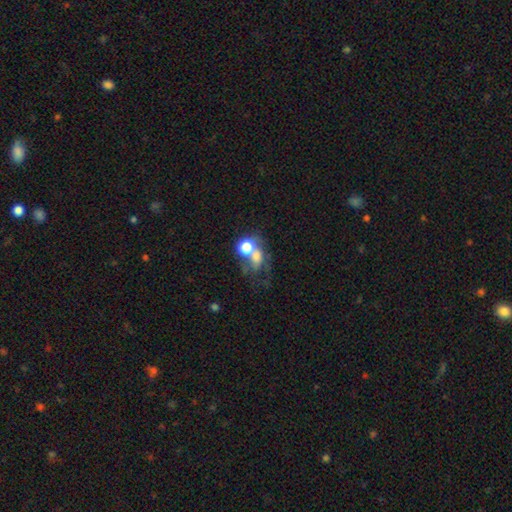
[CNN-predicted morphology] Smooth or featured: smooth — 55% (featured or disk — 27%)
How rounded: round — 52% (in between — 46%)
Merging: merger — 50% (none — 24%)